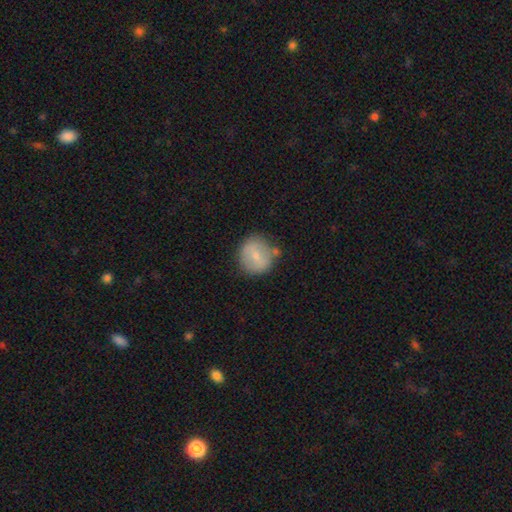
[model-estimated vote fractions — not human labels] smooth 65%, featured or disk 27%, star or artifact 7%. Down the decision tree: how rounded — round (87%); merging — none (70%).